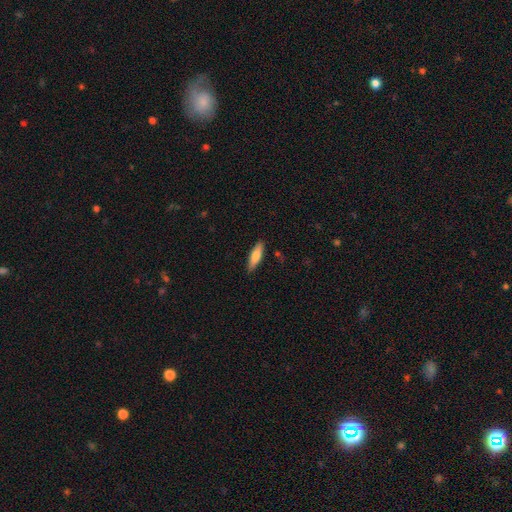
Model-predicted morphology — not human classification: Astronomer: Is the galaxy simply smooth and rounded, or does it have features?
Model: smooth — 73%.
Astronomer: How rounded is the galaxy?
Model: cigar-shaped — 63%.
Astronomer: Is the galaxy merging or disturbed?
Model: none — 85%.